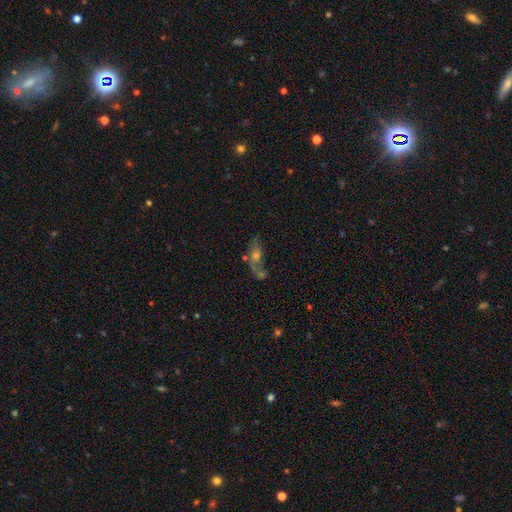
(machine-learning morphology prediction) Smooth or featured?
  - featured or disk: 41% *
  - smooth: 40%
  - star or artifact: 19%
Merging?
  - merger: 37% *
  - none: 31%
  - major disturbance: 17%
  - minor disturbance: 15%